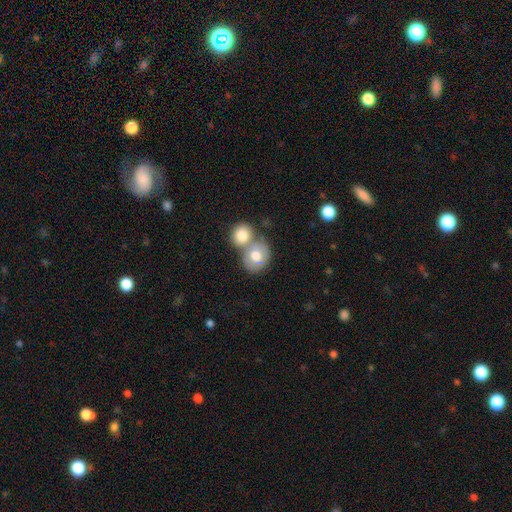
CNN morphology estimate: A smooth galaxy with no disk features (71%) that is round (67%).

Vote fractions:
- Smooth or featured? smooth: 71% / featured or disk: 23% / star or artifact: 7%
- How rounded? round: 67% / in between: 32% / cigar-shaped: 1%
- Merging? merger: 55% / none: 33% / minor disturbance: 8% / major disturbance: 3%